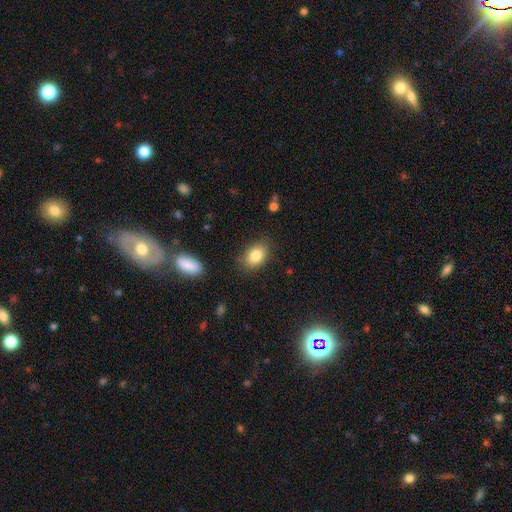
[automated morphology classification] A smooth galaxy with no disk features (84%) that is in between round and cigar-shaped (82%).

Vote fractions:
- Smooth or featured? smooth: 84% / star or artifact: 8% / featured or disk: 8%
- How rounded? in between: 82% / round: 17% / cigar-shaped: 1%
- Merging? none: 81% / minor disturbance: 14% / major disturbance: 3% / merger: 2%